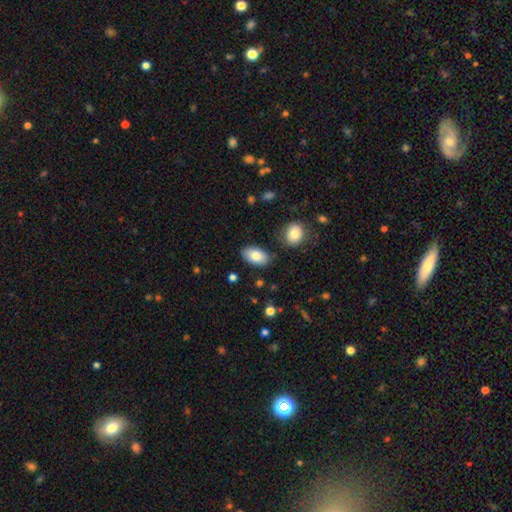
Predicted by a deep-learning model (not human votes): Smooth or featured: smooth — 83% (featured or disk — 10%)
How rounded: in between — 94% (round — 5%)
Merging: none — 81% (minor disturbance — 12%)